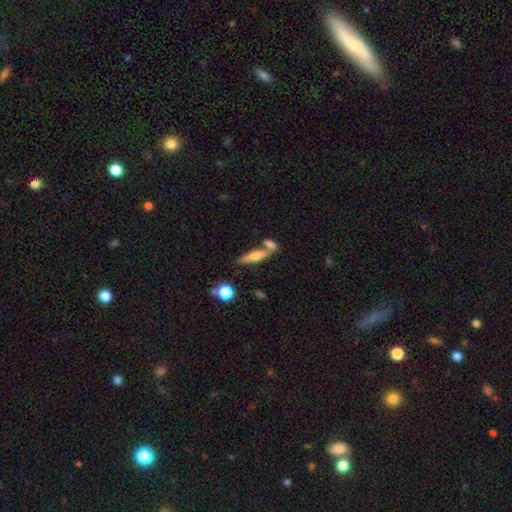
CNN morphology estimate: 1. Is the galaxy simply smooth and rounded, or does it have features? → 61% smooth, 31% featured or disk, 8% star or artifact.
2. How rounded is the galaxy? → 65% cigar-shaped, 31% in between, 4% round.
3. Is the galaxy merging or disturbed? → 49% none, 36% merger, 11% minor disturbance, 4% major disturbance.